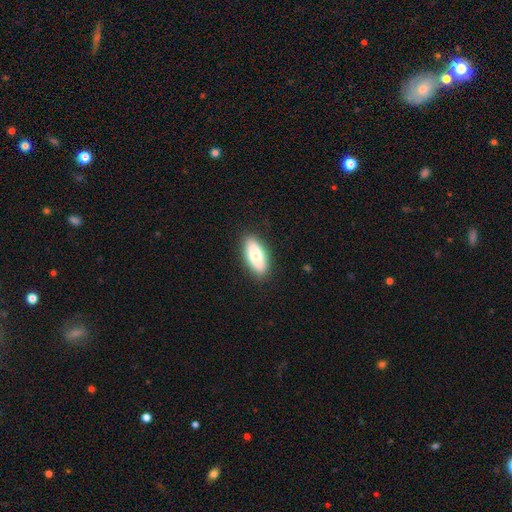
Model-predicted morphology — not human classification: Smooth or featured?
  - smooth: 73% *
  - featured or disk: 21%
  - star or artifact: 6%
How rounded?
  - in between: 86% *
  - cigar-shaped: 12%
  - round: 3%
Merging?
  - none: 87% *
  - minor disturbance: 10%
  - major disturbance: 2%
  - merger: 1%